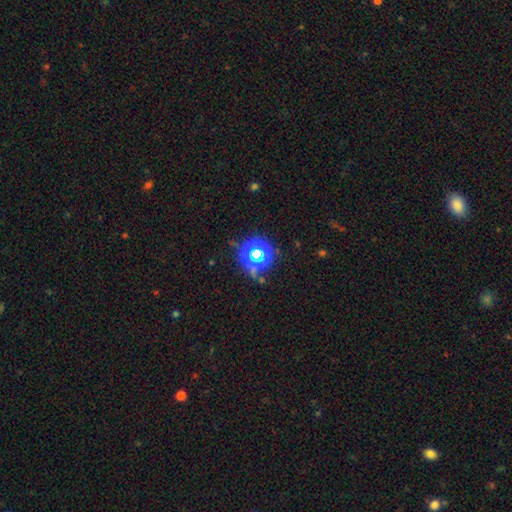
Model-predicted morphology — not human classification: star or artifact 68%, smooth 21%, featured or disk 11%.